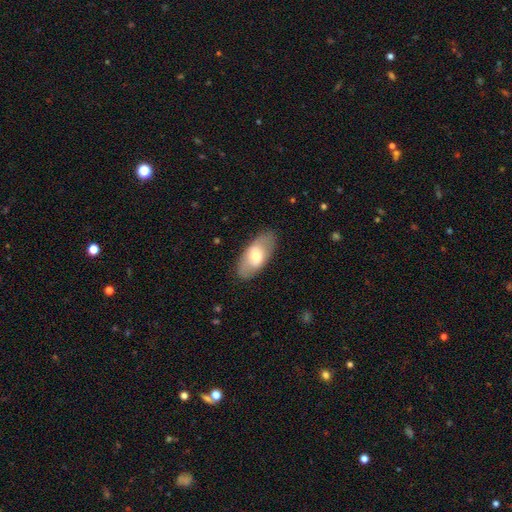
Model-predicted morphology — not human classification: Smooth or featured? smooth (59%)
How rounded? in between (90%)
Merging? none (83%)